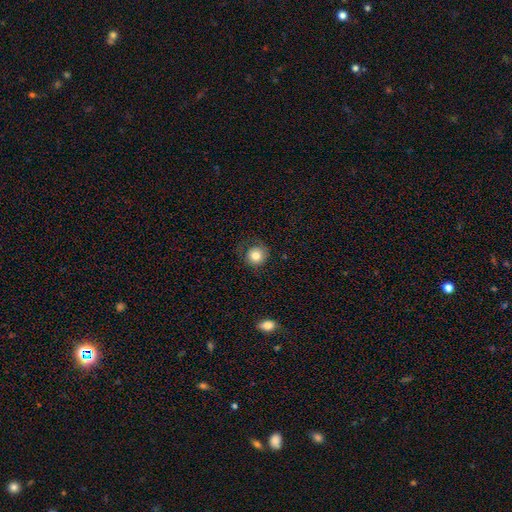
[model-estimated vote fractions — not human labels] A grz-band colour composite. It shows a smooth galaxy with no disk features (79%) that is round (91%). Merging: none (70%).